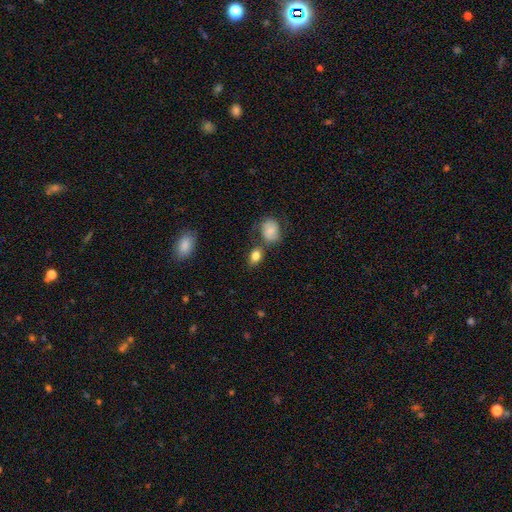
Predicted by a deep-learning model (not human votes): A smooth galaxy with no disk features (82%) that is in between round and cigar-shaped (69%).

Vote fractions:
- Smooth or featured? smooth: 82% / star or artifact: 9% / featured or disk: 9%
- How rounded? in between: 69% / round: 29% / cigar-shaped: 2%
- Merging? none: 63% / minor disturbance: 16% / merger: 15% / major disturbance: 5%